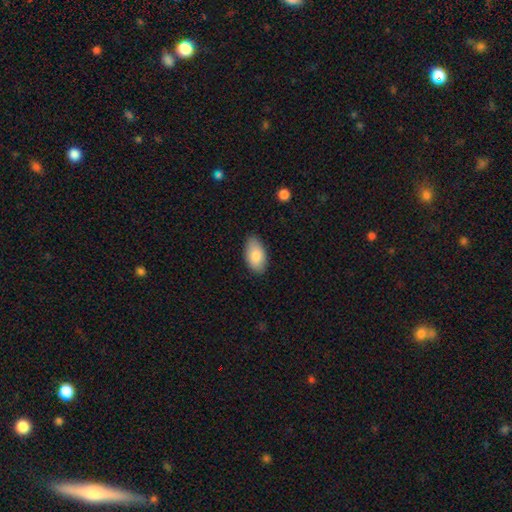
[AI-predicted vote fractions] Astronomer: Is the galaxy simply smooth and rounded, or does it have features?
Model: smooth — 84%.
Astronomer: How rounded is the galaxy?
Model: in between — 95%.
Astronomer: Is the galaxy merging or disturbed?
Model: none — 84%.